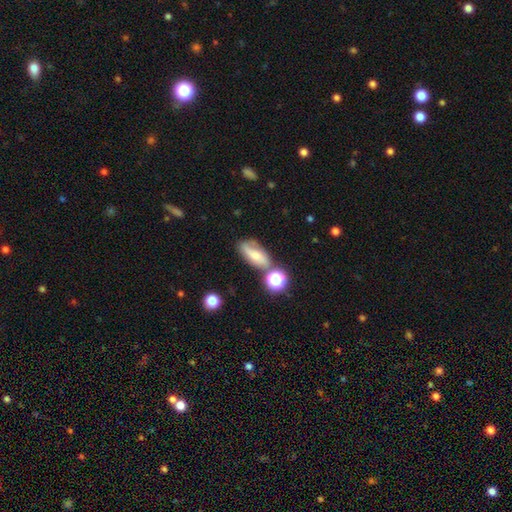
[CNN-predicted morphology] This is possibly a smooth galaxy (50%). How rounded: likely in between (74%). Merging: possibly none (57%).